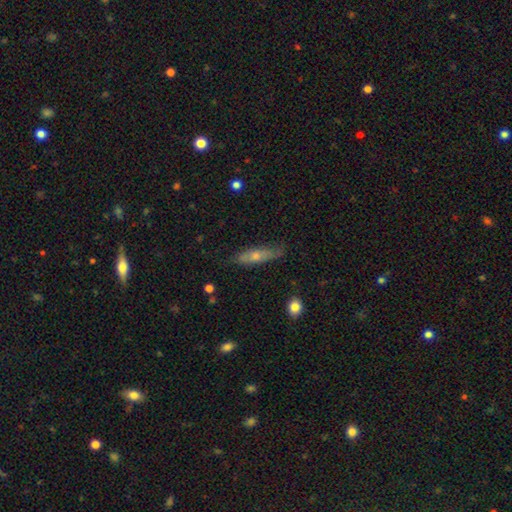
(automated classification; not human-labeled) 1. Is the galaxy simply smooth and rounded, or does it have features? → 48% smooth, 44% featured or disk, 8% star or artifact.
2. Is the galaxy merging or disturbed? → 74% none, 20% minor disturbance, 4% major disturbance, 2% merger.